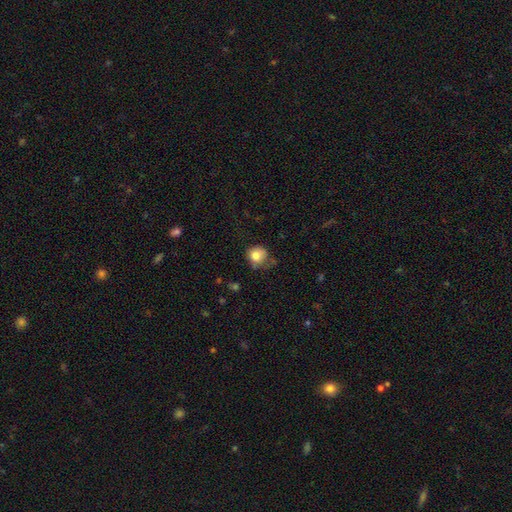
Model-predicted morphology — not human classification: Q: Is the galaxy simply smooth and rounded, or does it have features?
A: smooth — 81%.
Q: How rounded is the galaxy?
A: round — 82%.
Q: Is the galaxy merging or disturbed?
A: none — 55%.